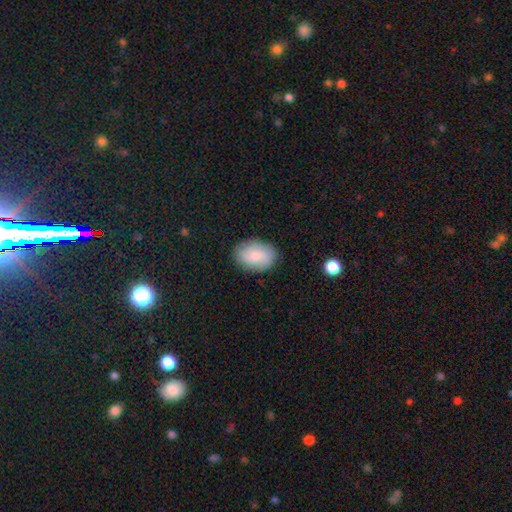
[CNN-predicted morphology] The model was most divided on "smooth or featured": smooth: 78%, featured or disk: 16%, star or artifact: 7%. More confident: merging — none (85%); how rounded — in between (81%).